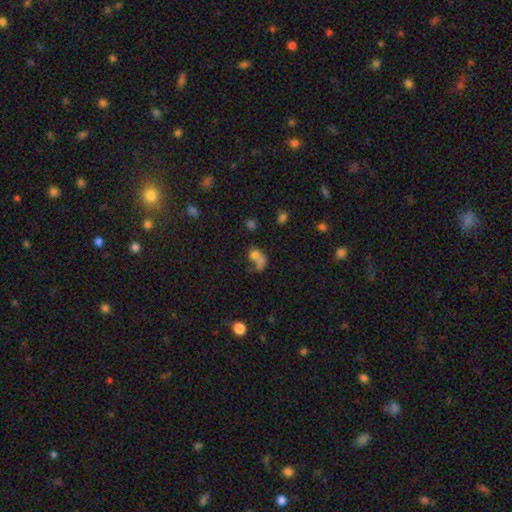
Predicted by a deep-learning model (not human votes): Smooth or featured? smooth (66%)
How rounded? in between (56%)
Merging? merger (45%)